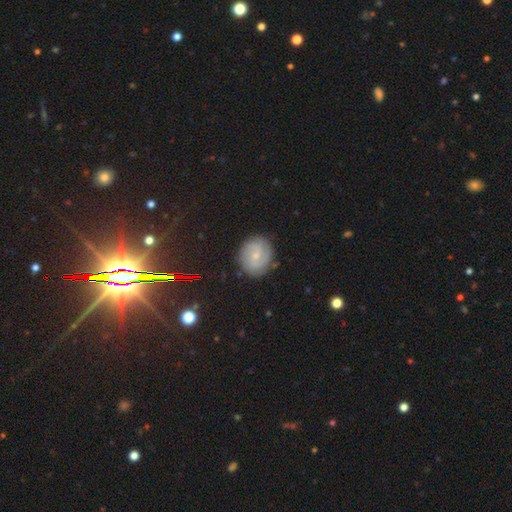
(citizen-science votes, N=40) Overall: featured or disk (62%; smooth 32%). Edge-on disk: no (100%). Bar: weak (48%; no 28%). Spiral arms: yes (84%). Spiral arm count: 2 (81%). Spiral winding: tight (48%; medium 33%). Bulge size: small (52%; moderate 48%). Merging: none (89%).